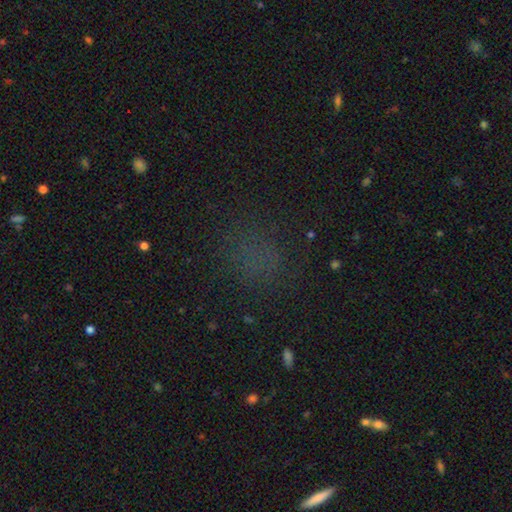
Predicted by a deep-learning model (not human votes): This is possibly a smooth galaxy (54%). How rounded: likely round (73%). Merging: clearly none (81%).